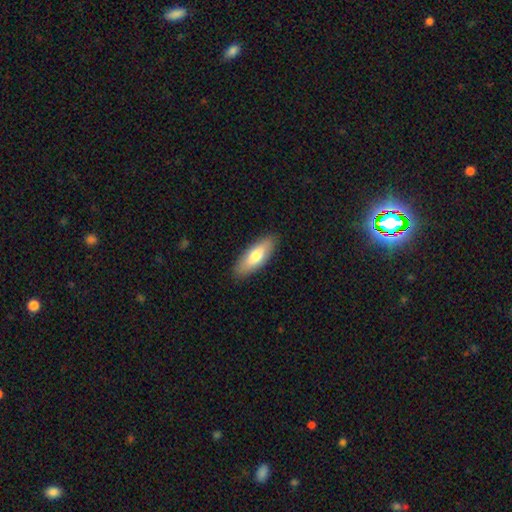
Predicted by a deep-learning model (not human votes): Smooth or featured?
  - smooth: 73% *
  - featured or disk: 22%
  - star or artifact: 5%
How rounded?
  - in between: 69% *
  - cigar-shaped: 29%
  - round: 2%
Merging?
  - none: 88% *
  - minor disturbance: 9%
  - major disturbance: 2%
  - merger: 1%